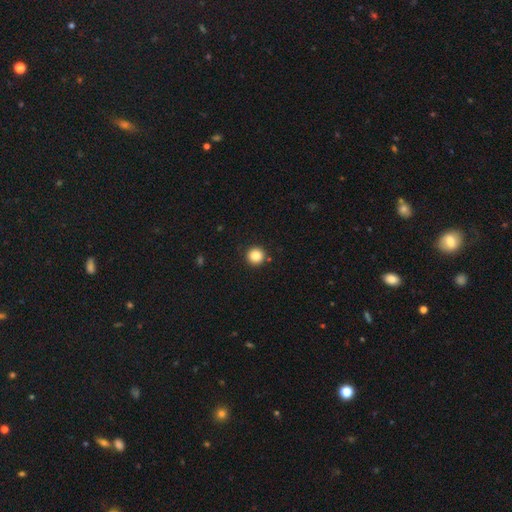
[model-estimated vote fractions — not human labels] Smooth or featured: smooth — 85% (star or artifact — 11%)
How rounded: round — 95% (in between — 4%)
Merging: none — 92% (minor disturbance — 5%)